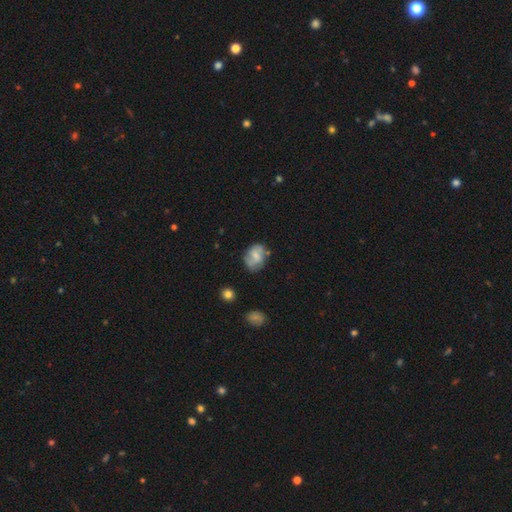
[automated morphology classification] Overall: smooth (55%; featured or disk 37%). How rounded: in between (63%; round 35%). Merging: none (61%; minor disturbance 26%).